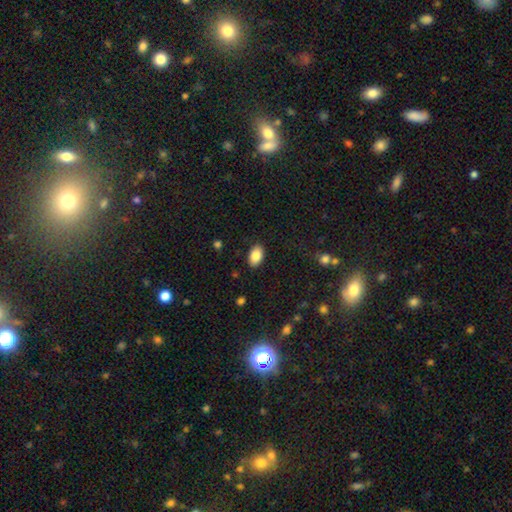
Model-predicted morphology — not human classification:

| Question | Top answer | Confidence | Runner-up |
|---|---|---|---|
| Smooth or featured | smooth | 85% | star or artifact (7%) |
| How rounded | in between | 92% | round (7%) |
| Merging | none | 88% | minor disturbance (9%) |